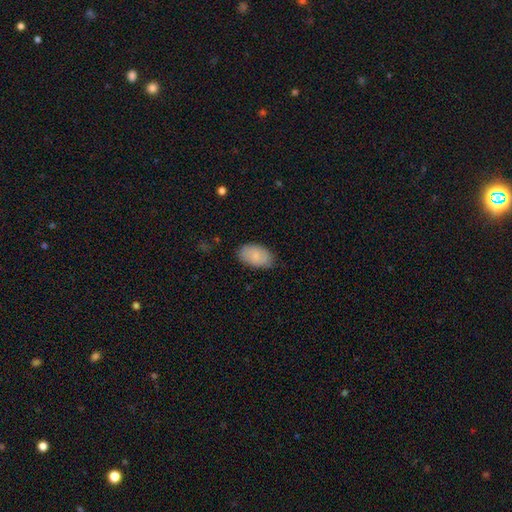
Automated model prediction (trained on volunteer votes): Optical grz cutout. It shows a smooth galaxy with no disk features (80%) that is in between round and cigar-shaped (93%). Merging: none (81%).